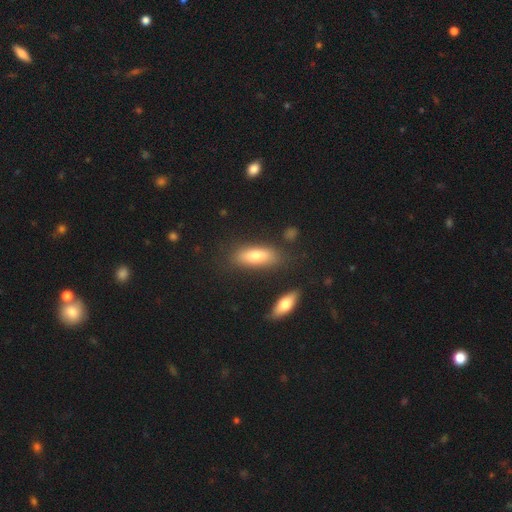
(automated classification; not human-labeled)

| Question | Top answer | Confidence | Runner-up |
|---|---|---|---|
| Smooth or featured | smooth | 74% | featured or disk (19%) |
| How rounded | in between | 60% | cigar-shaped (38%) |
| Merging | none | 76% | minor disturbance (15%) |